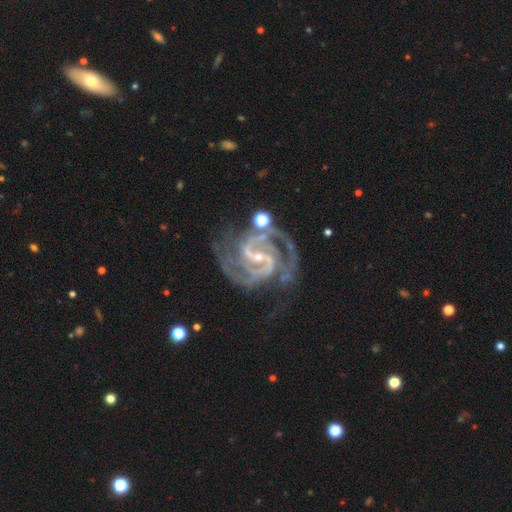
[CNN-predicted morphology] The model was most divided on "bar": weak: 43%, strong: 38%, no: 19%. More confident: spiral arms — yes (99%); edge-on disk — no (98%); smooth or featured — featured or disk (93%); bulge size — small (77%); spiral arm count — 2 (70%); merging — none (61%); spiral winding — medium (53%).